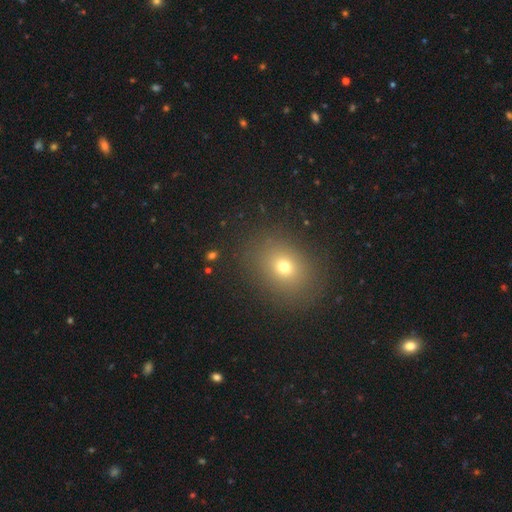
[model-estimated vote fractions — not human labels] Morphology: type=smooth (66%); roundness=in between (50%); merging=none (89%).